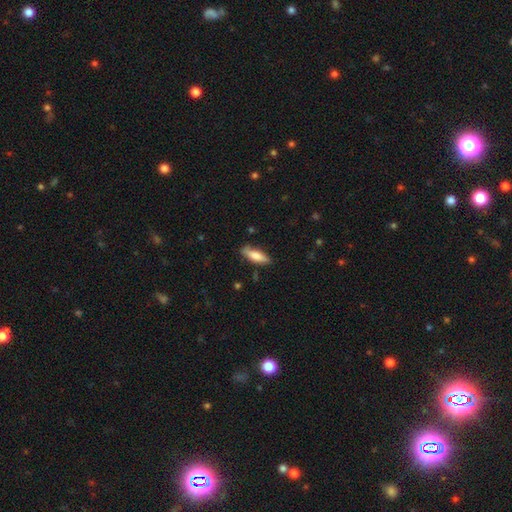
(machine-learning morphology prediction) A smooth galaxy with no disk features (74%) that is cigar-shaped (50%).

Vote fractions:
- Smooth or featured? smooth: 74% / featured or disk: 20% / star or artifact: 6%
- How rounded? cigar-shaped: 50% / in between: 48% / round: 2%
- Merging? none: 81% / minor disturbance: 15% / major disturbance: 3% / merger: 2%